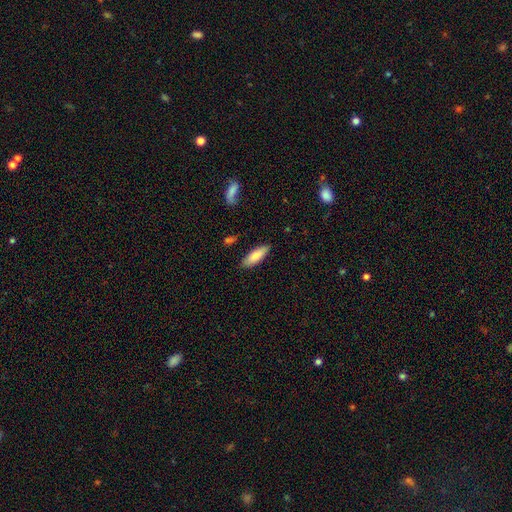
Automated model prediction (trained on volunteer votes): smooth-or-featured: smooth: 81% | featured or disk: 13% | star or artifact: 6%
  how-rounded: in between: 59% | cigar-shaped: 39% | round: 2%
  merging: none: 85% | minor disturbance: 11% | major disturbance: 2% | merger: 2%